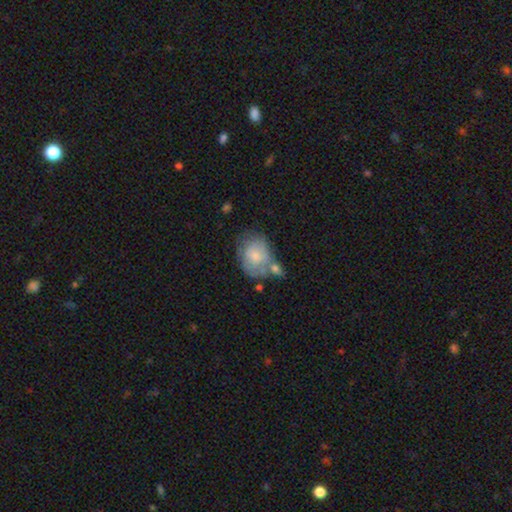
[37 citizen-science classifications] A smooth galaxy with no disk features (51%) that is round (68%).

Vote fractions:
- Smooth or featured? smooth: 51% / featured or disk: 43% / star or artifact: 5%
- How rounded? round: 68% / in between: 32% / cigar-shaped: 0%
- Merging? none: 37% / merger: 31% / minor disturbance: 17% / major disturbance: 14%